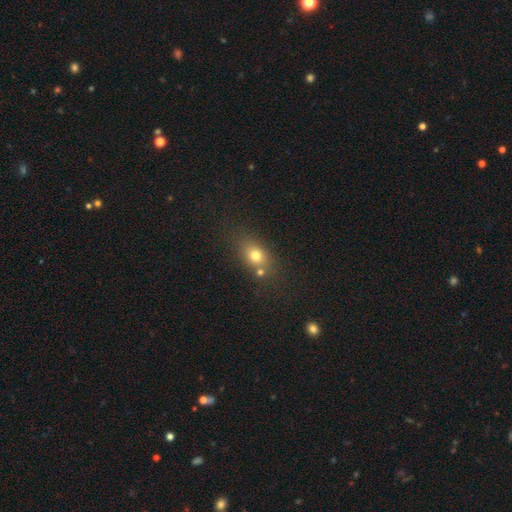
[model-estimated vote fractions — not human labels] smooth 73%, featured or disk 14%, star or artifact 13%. Down the decision tree: how rounded — in between (60%); merging — none (61%).